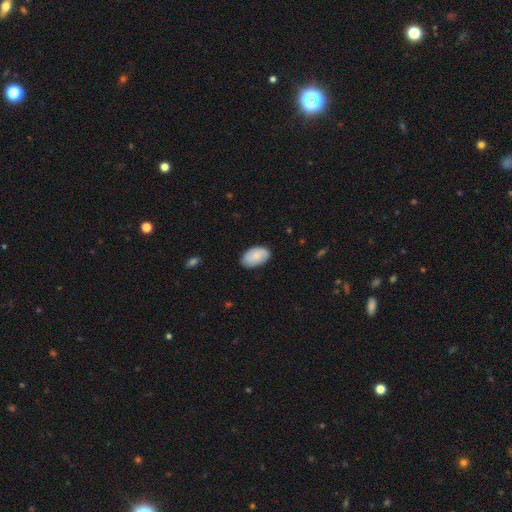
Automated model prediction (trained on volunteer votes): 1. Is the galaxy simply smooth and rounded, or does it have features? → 76% smooth, 18% featured or disk, 6% star or artifact.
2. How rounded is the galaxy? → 92% in between, 6% round, 1% cigar-shaped.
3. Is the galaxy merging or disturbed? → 80% none, 16% minor disturbance, 3% major disturbance, 1% merger.